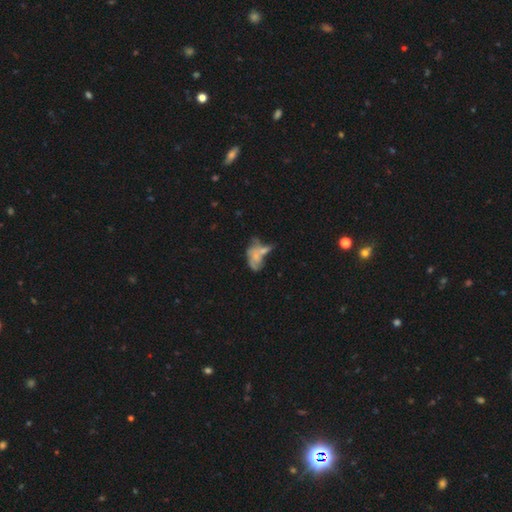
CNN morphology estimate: Smooth or featured: smooth — 45% (featured or disk — 43%)
Merging: merger — 40% (none — 24%)